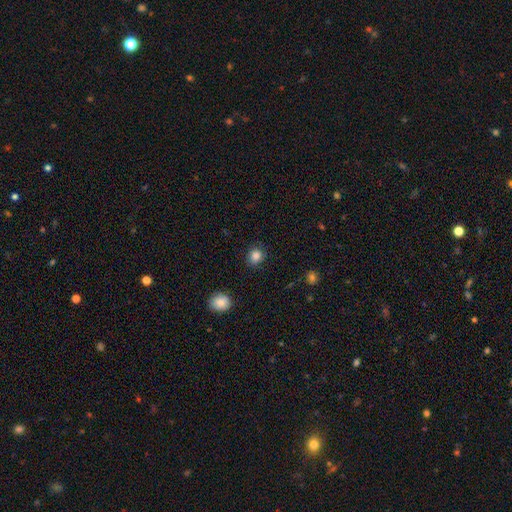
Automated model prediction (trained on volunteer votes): Q: Smooth or featured?
A: smooth (85%); runner-up: star or artifact (11%)
Q: How rounded?
A: round (74%); runner-up: in between (25%)
Q: Merging?
A: none (85%); runner-up: minor disturbance (11%)